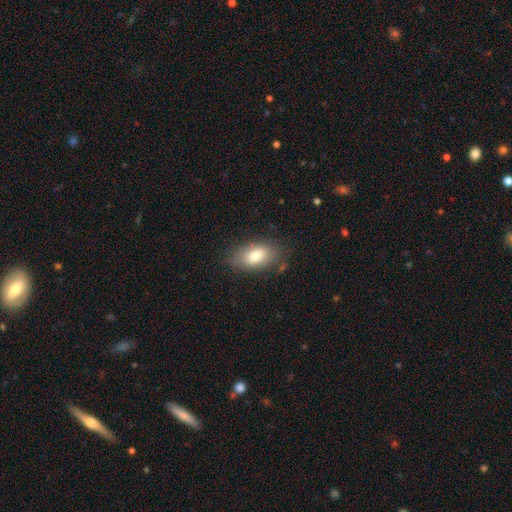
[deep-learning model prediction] A smooth galaxy with no disk features (79%) that is in between round and cigar-shaped (90%).

Vote fractions:
- Smooth or featured? smooth: 79% / featured or disk: 13% / star or artifact: 8%
- How rounded? in between: 90% / round: 7% / cigar-shaped: 3%
- Merging? none: 77% / minor disturbance: 17% / major disturbance: 4% / merger: 2%